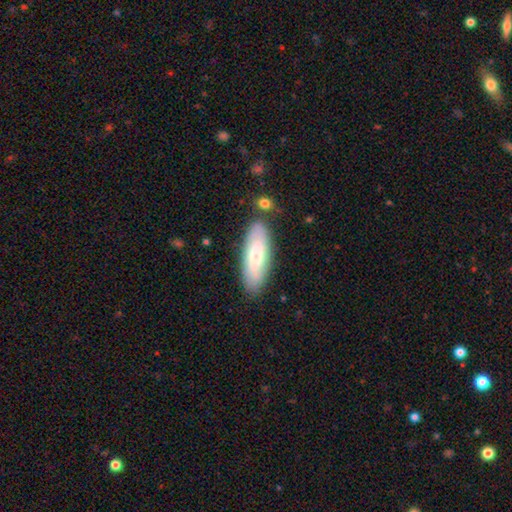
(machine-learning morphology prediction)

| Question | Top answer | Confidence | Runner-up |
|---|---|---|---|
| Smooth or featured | smooth | 61% | featured or disk (33%) |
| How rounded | in between | 58% | cigar-shaped (41%) |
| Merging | none | 80% | minor disturbance (13%) |